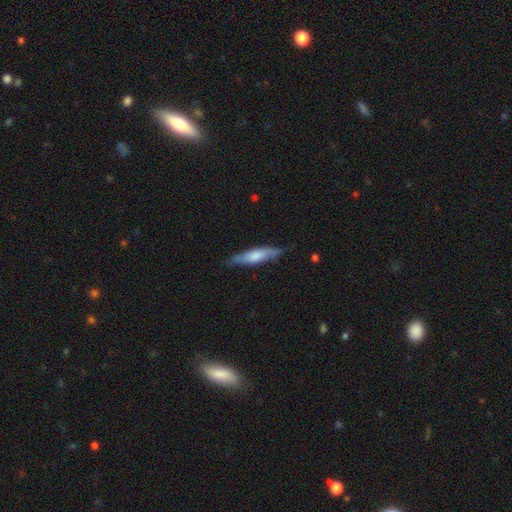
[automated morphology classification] A smooth galaxy with no disk features (61%) that is cigar-shaped (76%).

Vote fractions:
- Smooth or featured? smooth: 61% / featured or disk: 34% / star or artifact: 5%
- How rounded? cigar-shaped: 76% / in between: 22% / round: 2%
- Merging? none: 79% / minor disturbance: 17% / major disturbance: 3% / merger: 1%